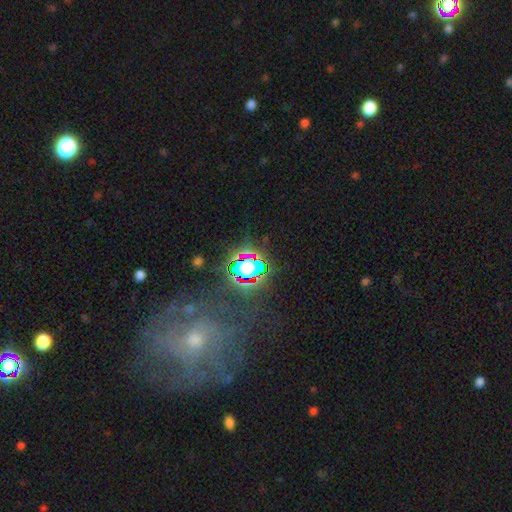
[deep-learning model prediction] smooth_or_featured: star or artifact (p=0.64) [alt: featured or disk p=0.18]